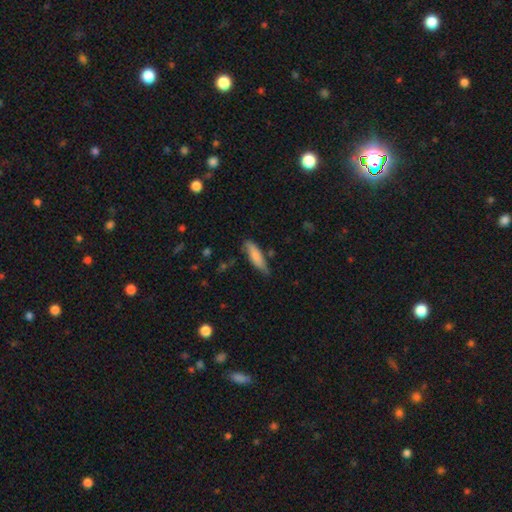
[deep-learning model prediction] Smooth or featured: smooth — 77% (featured or disk — 17%)
How rounded: cigar-shaped — 61% (in between — 38%)
Merging: none — 67% (minor disturbance — 26%)